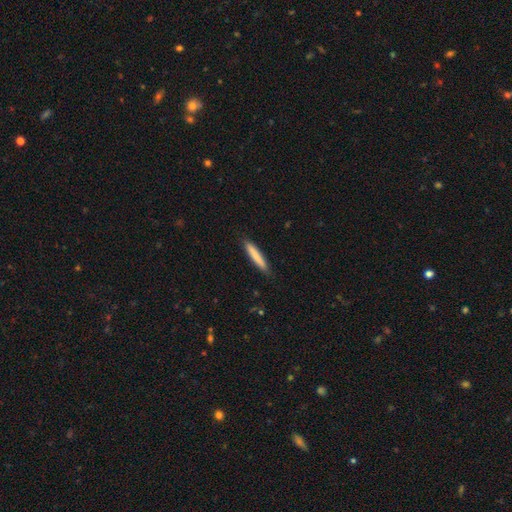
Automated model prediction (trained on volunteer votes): Q: Smooth or featured?
A: smooth (80%); runner-up: featured or disk (14%)
Q: How rounded?
A: cigar-shaped (93%); runner-up: in between (6%)
Q: Merging?
A: none (87%); runner-up: minor disturbance (10%)